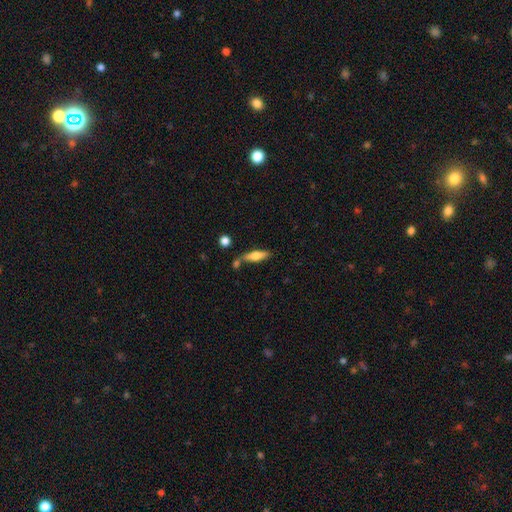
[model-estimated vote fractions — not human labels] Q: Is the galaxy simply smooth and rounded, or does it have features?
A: smooth — 63%.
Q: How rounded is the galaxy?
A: cigar-shaped — 56%.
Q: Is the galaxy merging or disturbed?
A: none — 65%.